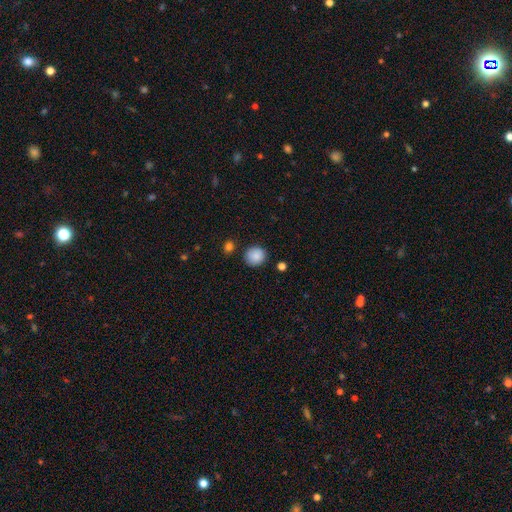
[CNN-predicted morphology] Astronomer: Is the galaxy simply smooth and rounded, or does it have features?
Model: smooth — 88%.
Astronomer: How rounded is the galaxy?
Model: round — 86%.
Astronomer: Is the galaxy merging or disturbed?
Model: none — 84%.